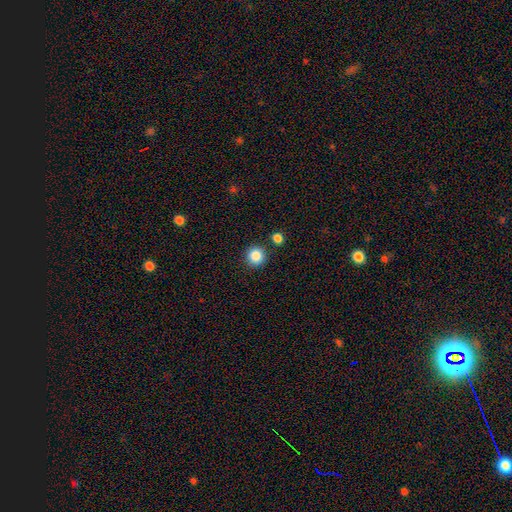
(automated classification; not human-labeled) Smooth or featured?
  - smooth: 87% *
  - star or artifact: 10%
  - featured or disk: 4%
How rounded?
  - round: 94% *
  - in between: 5%
  - cigar-shaped: 1%
Merging?
  - none: 88% *
  - minor disturbance: 6%
  - merger: 4%
  - major disturbance: 2%